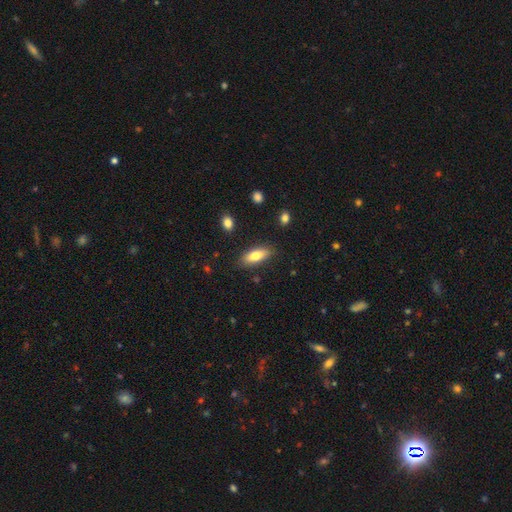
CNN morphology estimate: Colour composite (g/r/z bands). It shows a smooth galaxy with no disk features (76%) that is in between round and cigar-shaped (73%). Merging: none (84%).